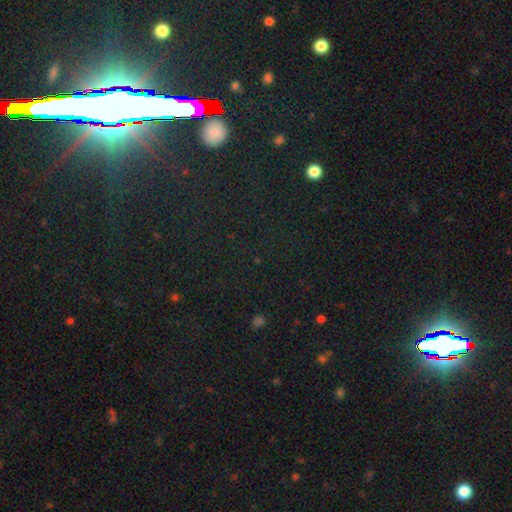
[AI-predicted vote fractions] star or artifact 79%, smooth 11%, featured or disk 10%.